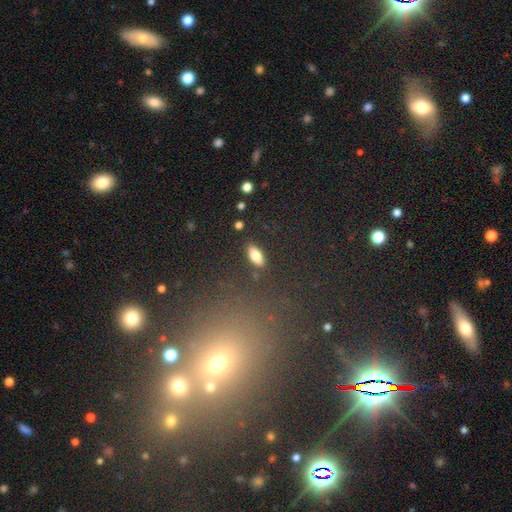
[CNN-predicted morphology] type=smooth (79%); roundness=in between (83%); merging=none (86%).